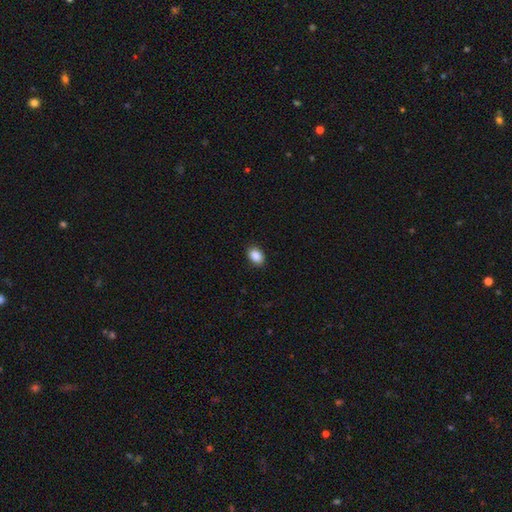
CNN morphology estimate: This is clearly a smooth galaxy (89%). How rounded: clearly in between (80%). Merging: clearly none (90%).